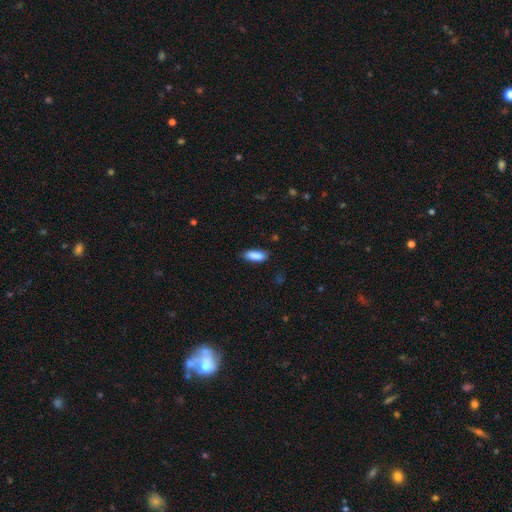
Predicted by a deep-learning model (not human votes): This appears to be a smooth galaxy with no disk features (87%) that is in between round and cigar-shaped (65%). Merging: none (76%).